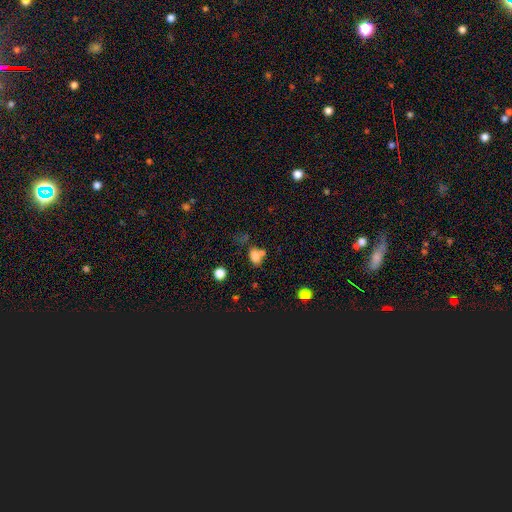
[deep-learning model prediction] Smooth or featured? smooth (77%)
How rounded? in between (75%)
Merging? none (44%)